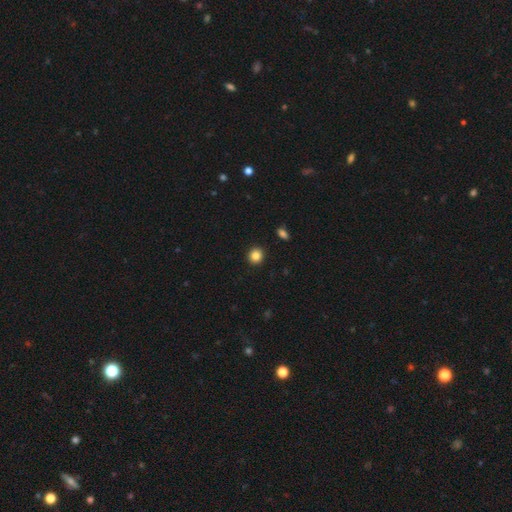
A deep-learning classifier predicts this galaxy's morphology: smooth_or_featured: smooth (p=0.85) [alt: star or artifact p=0.10]
how_rounded: round (p=0.86) [alt: in between p=0.13]
merging: none (p=0.92) [alt: minor disturbance p=0.05]